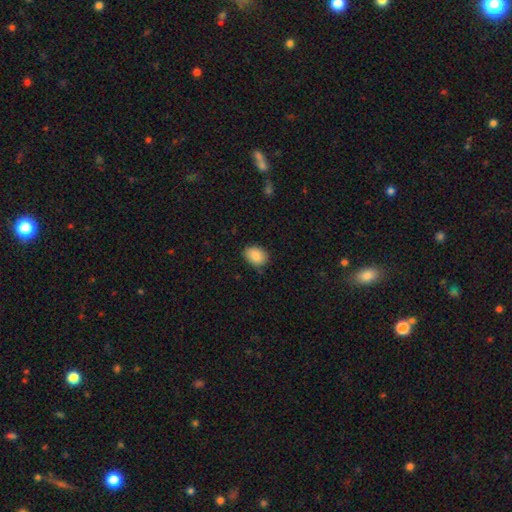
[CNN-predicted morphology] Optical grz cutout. It shows a smooth galaxy with no disk features (88%) that is in between round and cigar-shaped (72%). Merging: none (81%).